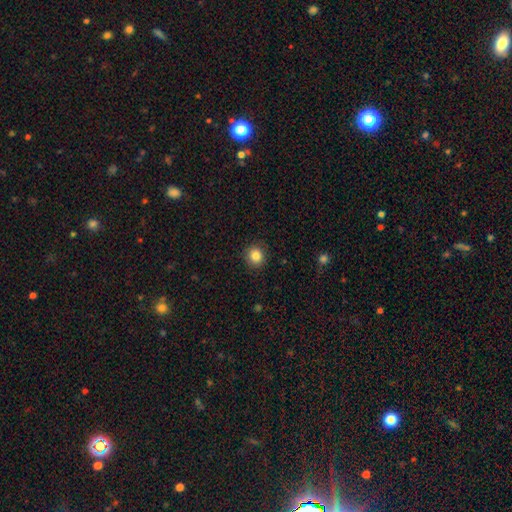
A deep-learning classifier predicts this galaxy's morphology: smooth-or-featured: smooth: 85% | star or artifact: 10% | featured or disk: 5%
  how-rounded: round: 86% | in between: 13% | cigar-shaped: 1%
  merging: none: 90% | minor disturbance: 7% | major disturbance: 2% | merger: 1%